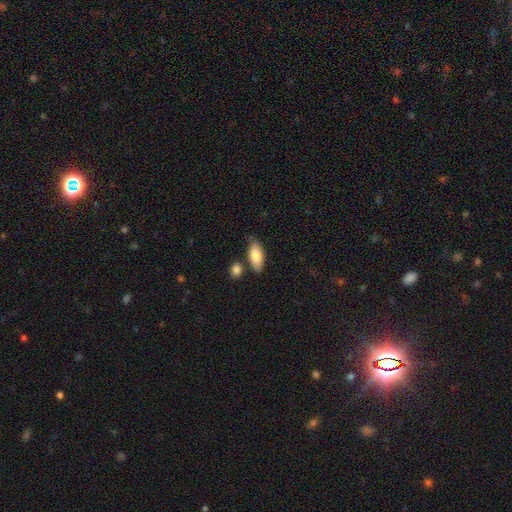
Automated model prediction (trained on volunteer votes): This is clearly a smooth galaxy (82%). How rounded: clearly in between (85%). Merging: likely none (72%).